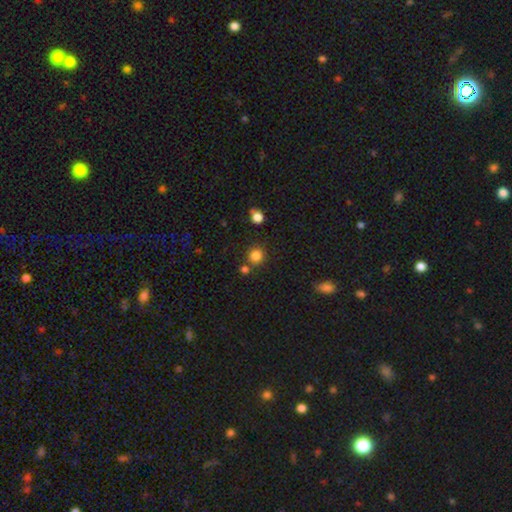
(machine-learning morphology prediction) Smooth or featured: smooth — 82% (star or artifact — 13%)
How rounded: round — 90% (in between — 9%)
Merging: none — 77% (merger — 11%)